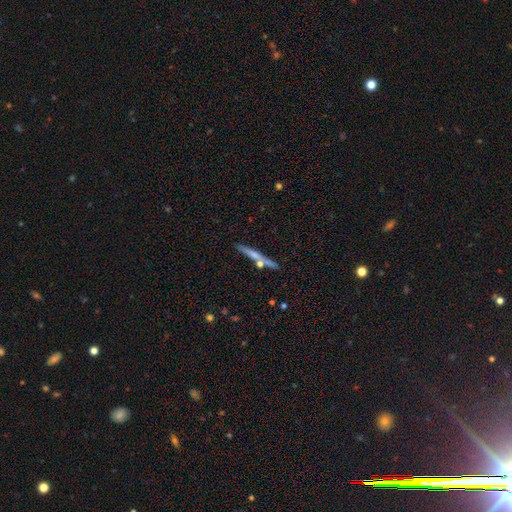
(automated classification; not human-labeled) Overall: featured or disk (51%; smooth 42%). Edge-on disk: yes (95%). Merging: none (80%).